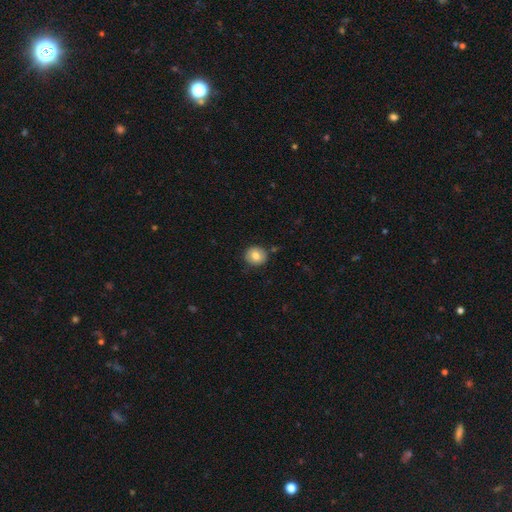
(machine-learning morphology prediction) Smooth or featured? smooth (79%)
How rounded? round (83%)
Merging? none (84%)